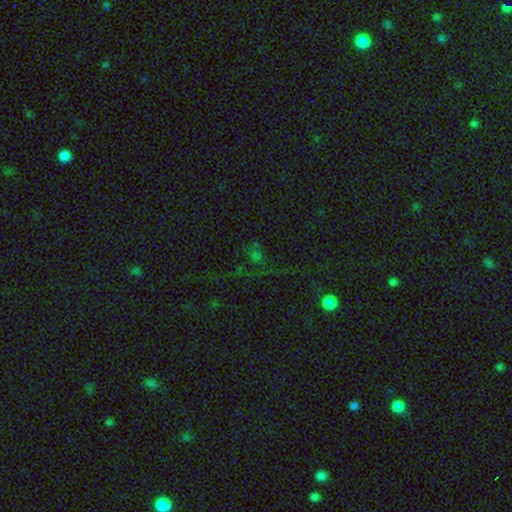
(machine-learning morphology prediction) Smooth or featured? star or artifact (57%)